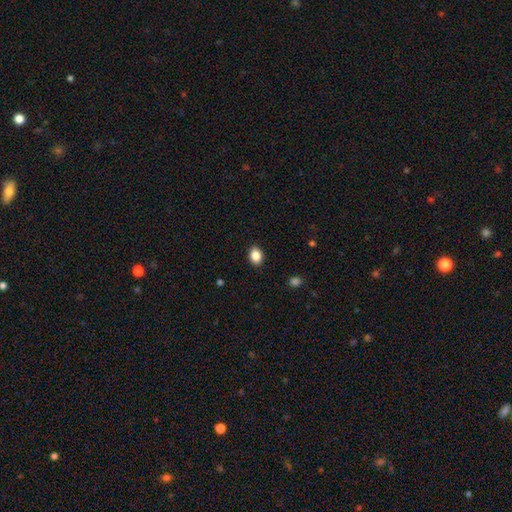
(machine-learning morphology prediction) A smooth galaxy with no disk features (87%) that is in between round and cigar-shaped (69%). Merging: none (89%).